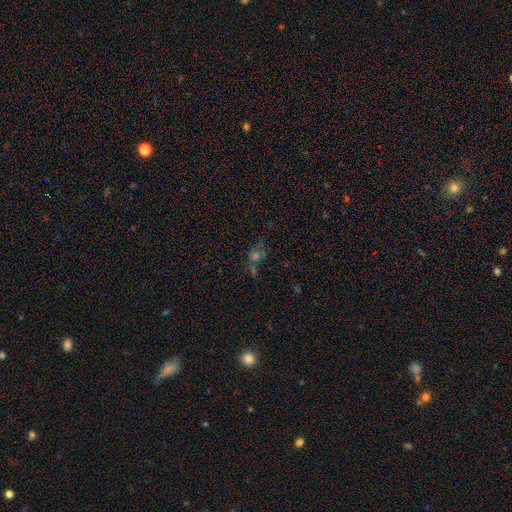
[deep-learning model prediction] Overall: star or artifact (43%; smooth 36%).